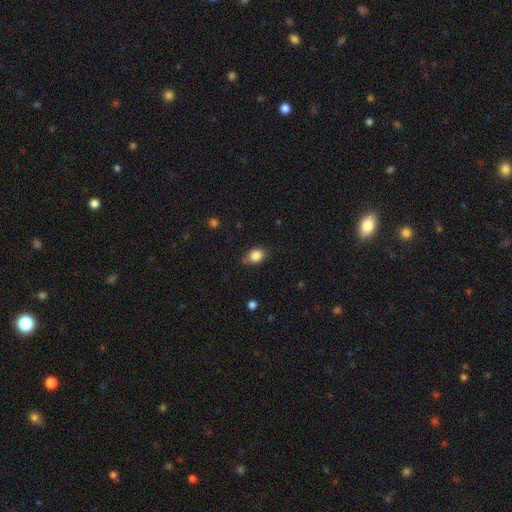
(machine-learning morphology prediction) Q: Smooth or featured?
A: smooth (85%); runner-up: star or artifact (9%)
Q: How rounded?
A: in between (53%); runner-up: round (46%)
Q: Merging?
A: none (73%); runner-up: minor disturbance (19%)